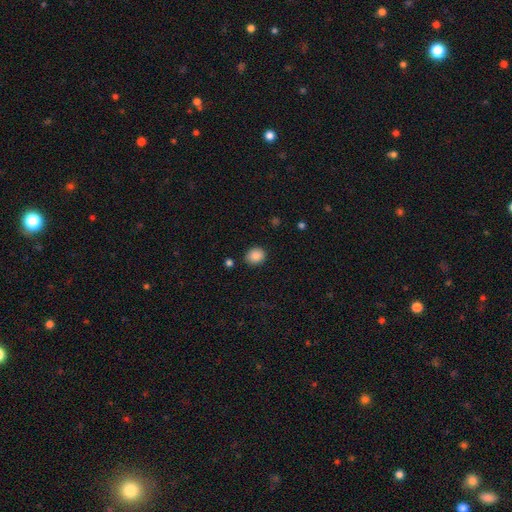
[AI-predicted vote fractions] This appears to be a smooth galaxy with no disk features (87%) that is round (61%). Merging: none (85%).